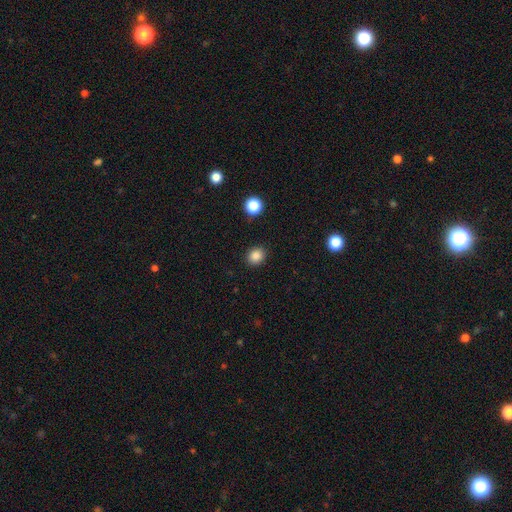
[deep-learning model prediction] This is clearly a smooth galaxy (85%). How rounded: likely round (74%). Merging: clearly none (90%).